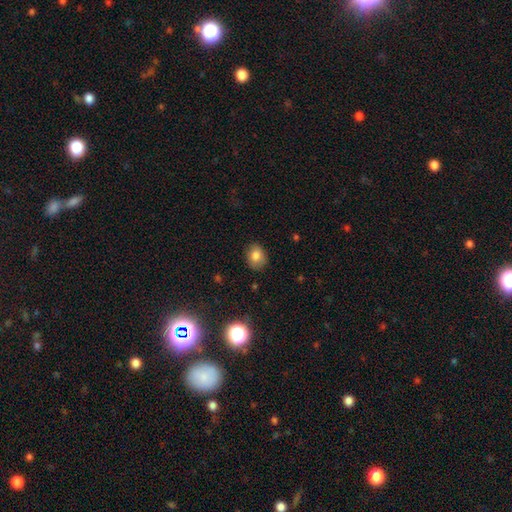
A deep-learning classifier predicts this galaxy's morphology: This appears to be a smooth galaxy with no disk features (80%) that is in between round and cigar-shaped (57%). Merging: none (79%).